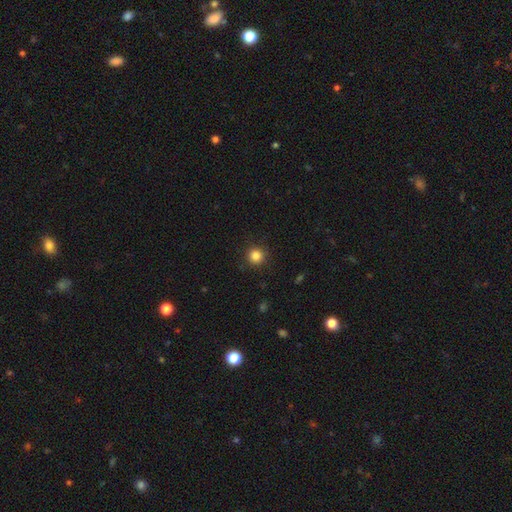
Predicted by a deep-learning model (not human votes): The model was most divided on "smooth or featured": smooth: 85%, star or artifact: 12%, featured or disk: 4%. More confident: how rounded — round (95%); merging — none (91%).